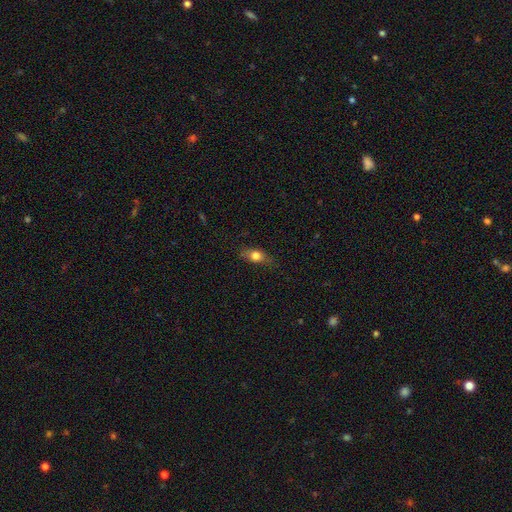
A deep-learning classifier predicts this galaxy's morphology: Smooth or featured: smooth — 73% (featured or disk — 18%)
How rounded: in between — 71% (round — 15%)
Merging: none — 71% (minor disturbance — 22%)